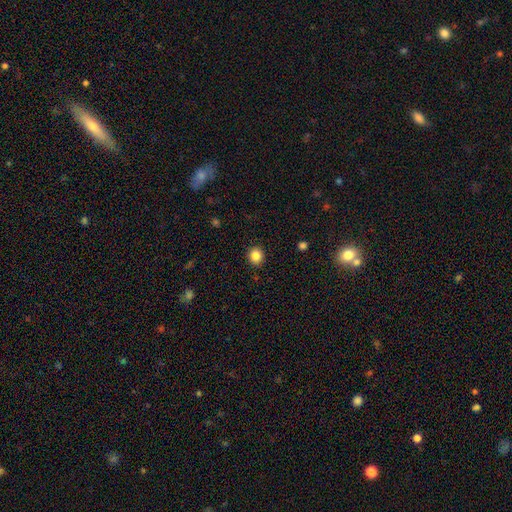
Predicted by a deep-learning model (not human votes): This is clearly a smooth galaxy (85%). How rounded: clearly round (86%). Merging: clearly none (92%).